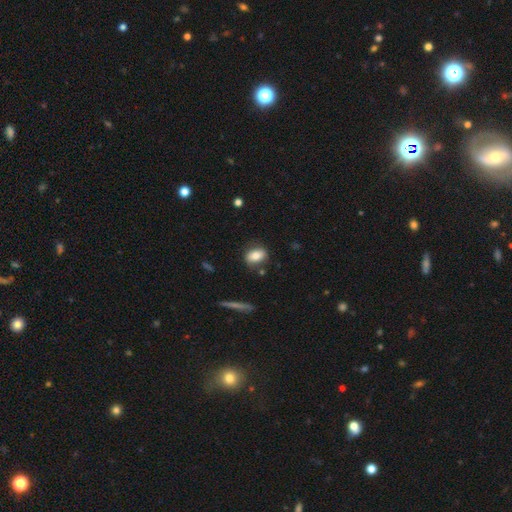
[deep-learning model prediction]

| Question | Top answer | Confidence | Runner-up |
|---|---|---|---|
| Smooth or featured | smooth | 78% | featured or disk (14%) |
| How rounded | in between | 73% | round (23%) |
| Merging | none | 78% | minor disturbance (14%) |